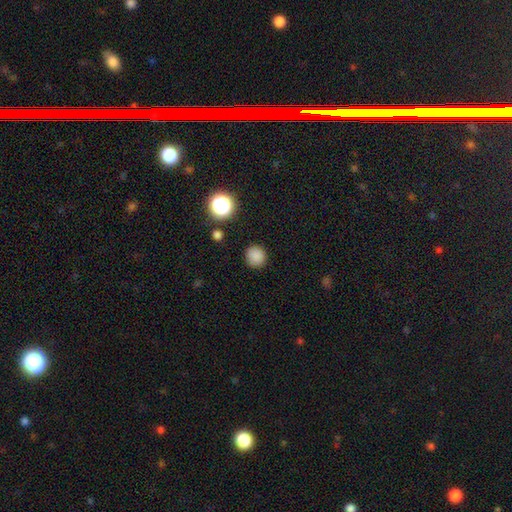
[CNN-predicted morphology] Overall: smooth (84%). How rounded: round (91%). Merging: none (87%).